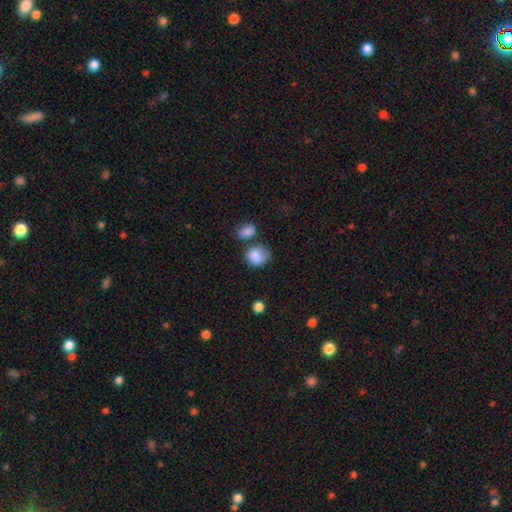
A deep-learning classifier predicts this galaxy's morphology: Smooth or featured? smooth (87%)
How rounded? round (63%)
Merging? none (53%)